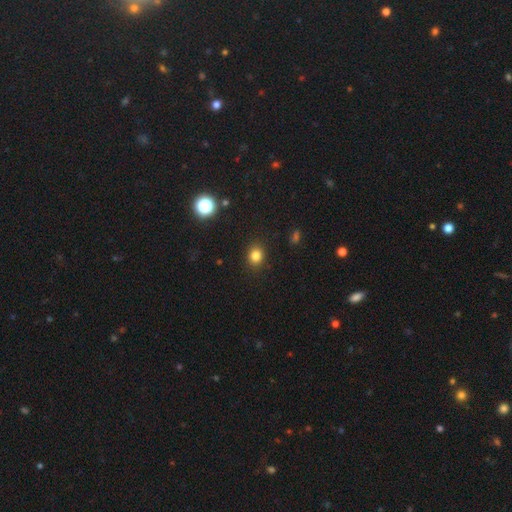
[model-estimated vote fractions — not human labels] Smooth or featured?
  - smooth: 81% *
  - star or artifact: 13%
  - featured or disk: 5%
How rounded?
  - round: 71% *
  - in between: 28%
  - cigar-shaped: 1%
Merging?
  - none: 89% *
  - minor disturbance: 7%
  - major disturbance: 2%
  - merger: 1%